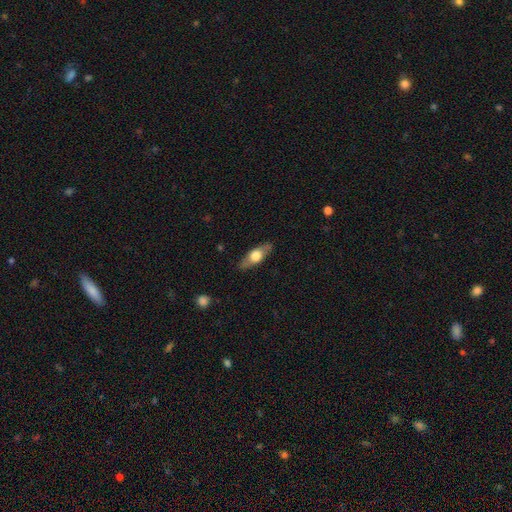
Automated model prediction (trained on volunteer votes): smooth 49%, featured or disk 45%, star or artifact 6%. Down the decision tree: merging — none (83%).